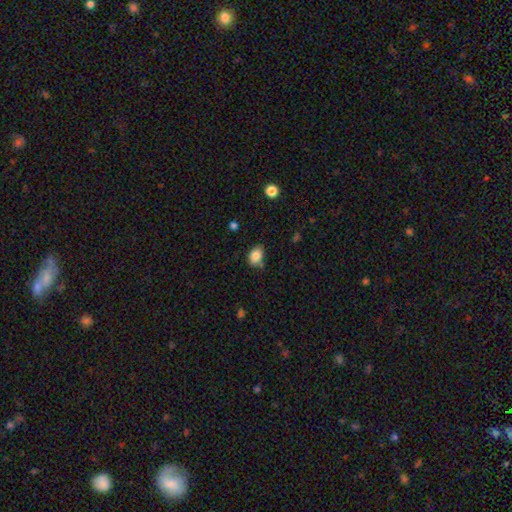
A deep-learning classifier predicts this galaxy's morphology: smooth-or-featured: smooth: 84% | star or artifact: 9% | featured or disk: 7%
  how-rounded: in between: 73% | round: 25% | cigar-shaped: 1%
  merging: none: 66% | minor disturbance: 24% | merger: 6% | major disturbance: 5%